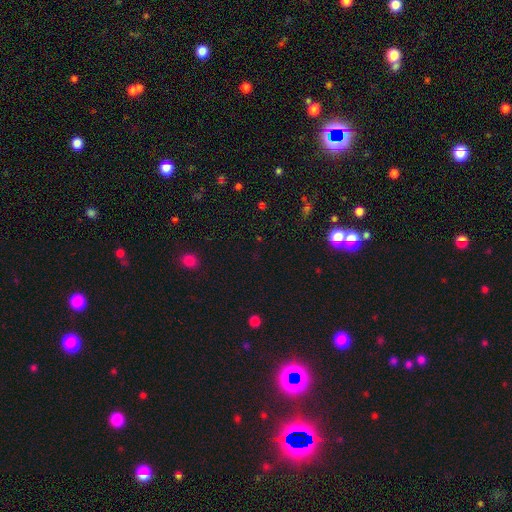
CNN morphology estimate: smooth_or_featured: star or artifact (p=0.63) [alt: smooth p=0.30]